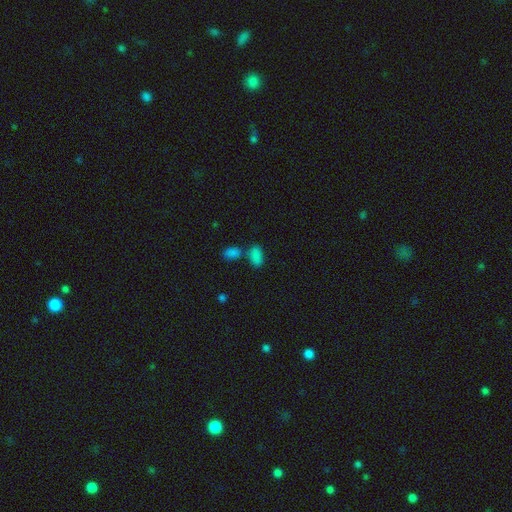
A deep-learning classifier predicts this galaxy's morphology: This appears to be a smooth galaxy with no disk features (82%) that is in between round and cigar-shaped (93%). Merging: none (49%).